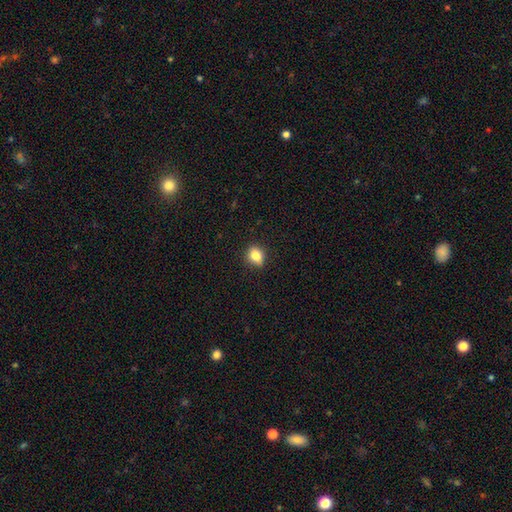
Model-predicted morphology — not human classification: smooth 84%, star or artifact 10%, featured or disk 6%. Down the decision tree: how rounded — in between (58%); merging — none (82%).